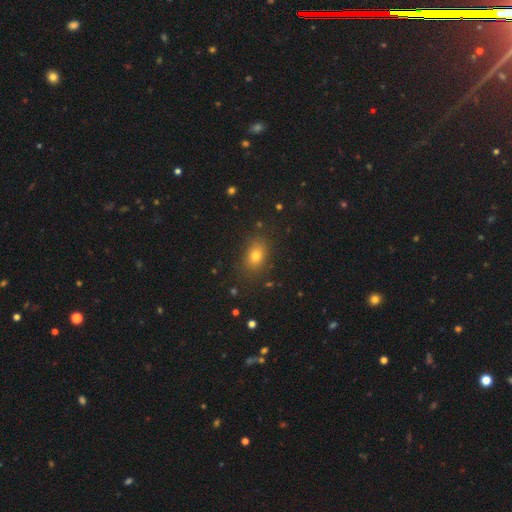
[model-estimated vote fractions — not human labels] Morphology: type=smooth (76%); roundness=in between (75%); merging=none (84%).